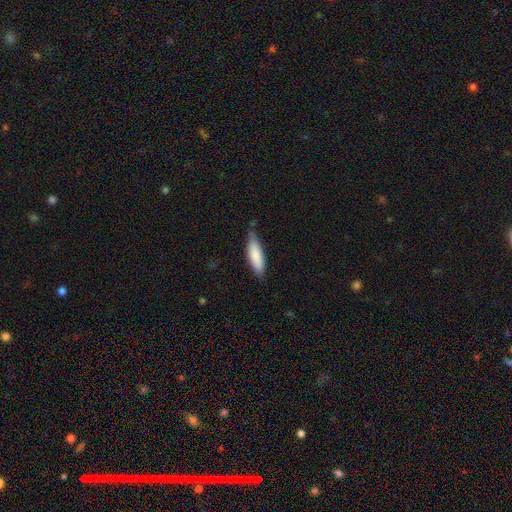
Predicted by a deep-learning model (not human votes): smooth_or_featured: smooth (p=0.82) [alt: featured or disk p=0.12]
how_rounded: cigar-shaped (p=0.57) [alt: in between p=0.42]
merging: none (p=0.72) [alt: minor disturbance p=0.23]